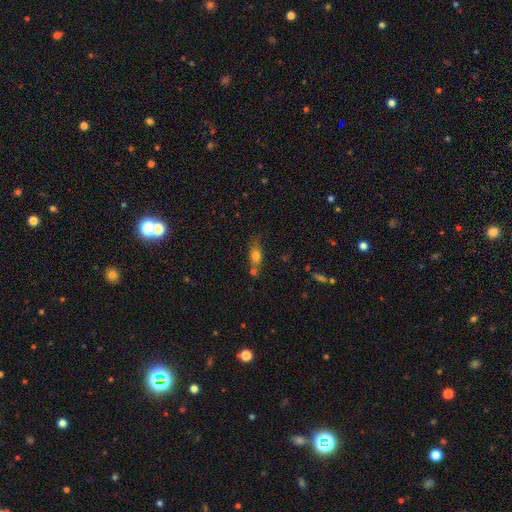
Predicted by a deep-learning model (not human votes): Smooth or featured?
  - smooth: 70% *
  - featured or disk: 18%
  - star or artifact: 12%
How rounded?
  - in between: 67% *
  - cigar-shaped: 20%
  - round: 13%
Merging?
  - none: 52% *
  - merger: 24%
  - minor disturbance: 18%
  - major disturbance: 7%